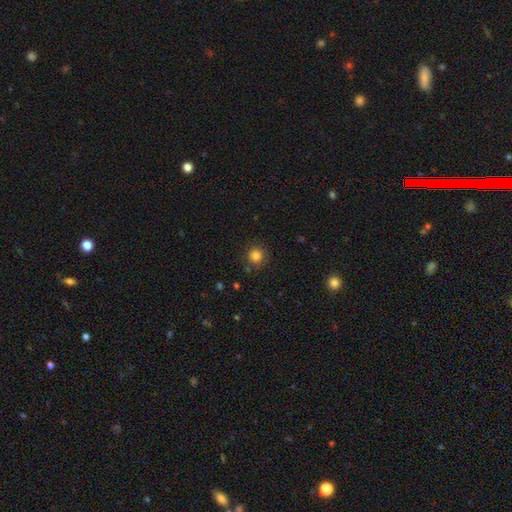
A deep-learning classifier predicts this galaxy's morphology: Q: Smooth or featured?
A: smooth (83%); runner-up: star or artifact (13%)
Q: How rounded?
A: round (93%); runner-up: in between (6%)
Q: Merging?
A: none (86%); runner-up: minor disturbance (8%)